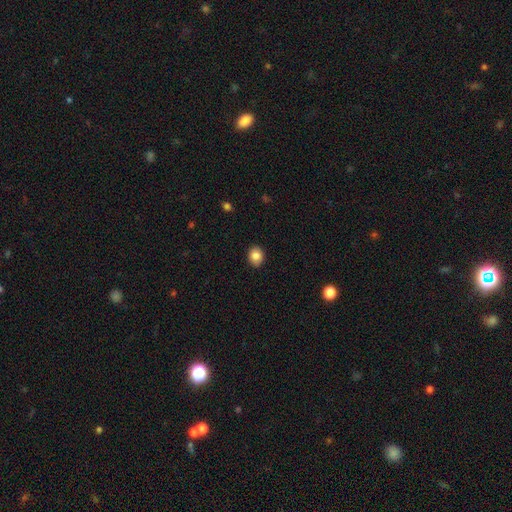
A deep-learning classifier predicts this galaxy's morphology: smooth_or_featured: smooth (p=0.85) [alt: star or artifact p=0.09]
how_rounded: in between (p=0.50) [alt: round p=0.49]
merging: none (p=0.89) [alt: minor disturbance p=0.08]